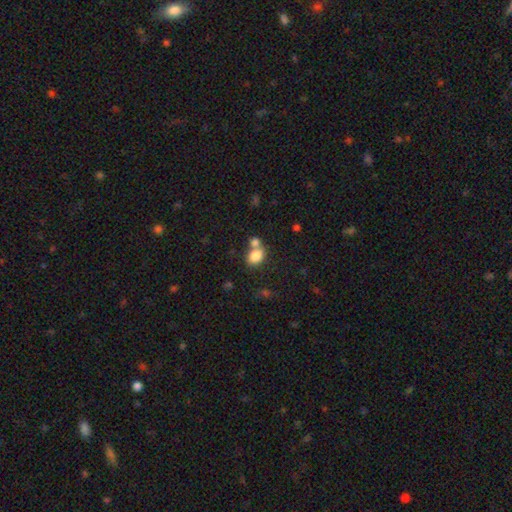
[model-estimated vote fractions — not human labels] This appears to be a smooth galaxy with no disk features (82%) that is in between round and cigar-shaped (68%). Merging: merger (43%).